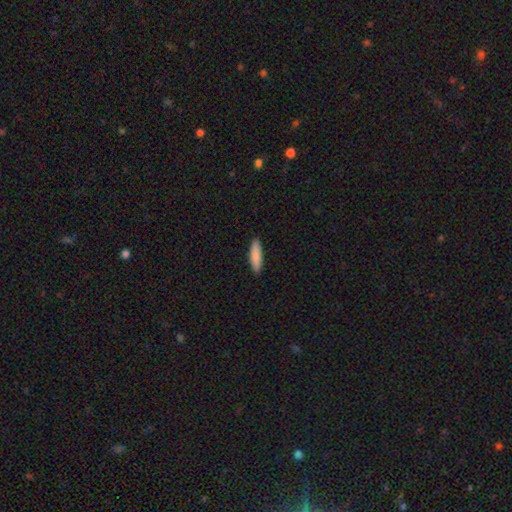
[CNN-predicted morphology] smooth-or-featured: smooth: 88% | featured or disk: 7% | star or artifact: 5%
  how-rounded: cigar-shaped: 68% | in between: 30% | round: 1%
  merging: none: 91% | minor disturbance: 7% | major disturbance: 1% | merger: 1%